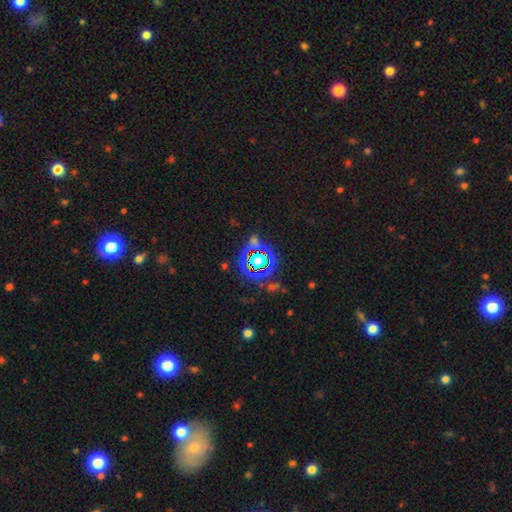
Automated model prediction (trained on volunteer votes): Smooth or featured: star or artifact — 77% (smooth — 13%)